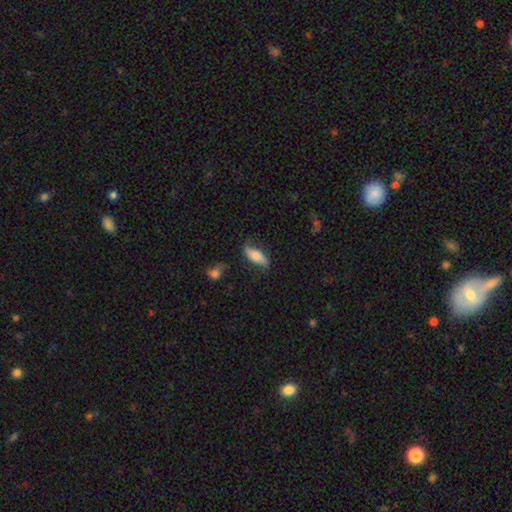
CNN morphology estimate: Q: Smooth or featured?
A: smooth (69%); runner-up: featured or disk (24%)
Q: How rounded?
A: in between (69%); runner-up: cigar-shaped (29%)
Q: Merging?
A: none (67%); runner-up: minor disturbance (22%)